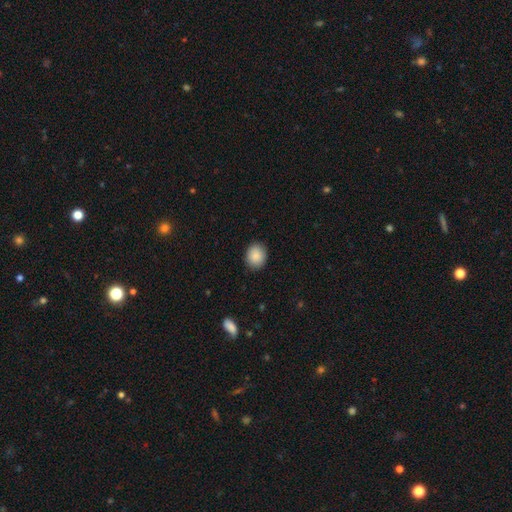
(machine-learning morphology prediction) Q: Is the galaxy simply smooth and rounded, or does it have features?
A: smooth — 89%.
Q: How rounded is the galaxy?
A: round — 61%.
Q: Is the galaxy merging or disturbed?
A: none — 88%.